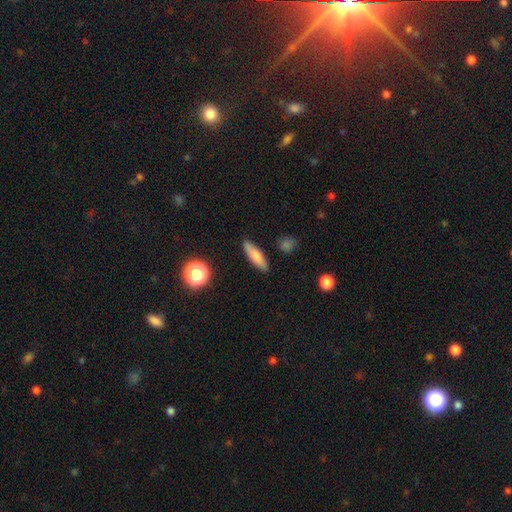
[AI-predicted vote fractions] The model was most divided on "how rounded": cigar-shaped: 62%, in between: 34%, round: 4%. More confident: merging — none (87%); smooth or featured — smooth (75%).